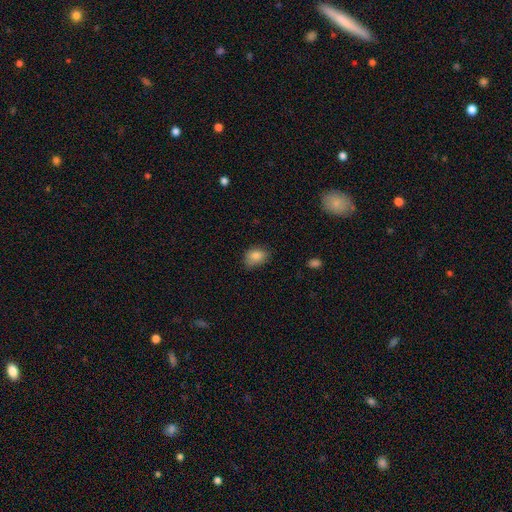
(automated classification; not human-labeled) The model was most divided on "how rounded": in between: 67%, round: 32%, cigar-shaped: 1%. More confident: smooth or featured — smooth (83%); merging — none (71%).